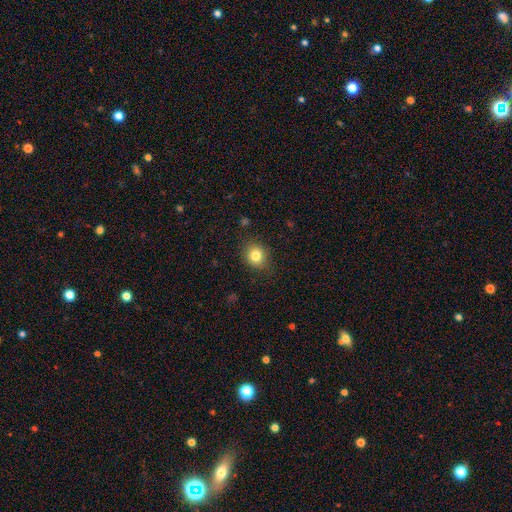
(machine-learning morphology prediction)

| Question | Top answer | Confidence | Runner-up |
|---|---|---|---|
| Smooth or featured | smooth | 81% | star or artifact (11%) |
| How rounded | round | 76% | in between (23%) |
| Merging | none | 85% | minor disturbance (11%) |